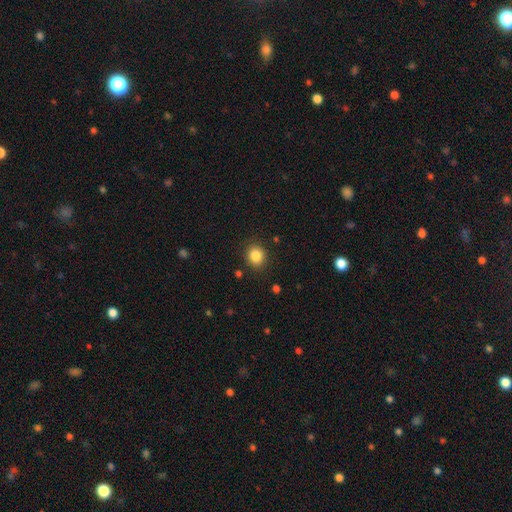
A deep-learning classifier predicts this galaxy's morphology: Q: Smooth or featured?
A: smooth (85%); runner-up: star or artifact (11%)
Q: How rounded?
A: round (75%); runner-up: in between (24%)
Q: Merging?
A: none (88%); runner-up: minor disturbance (8%)